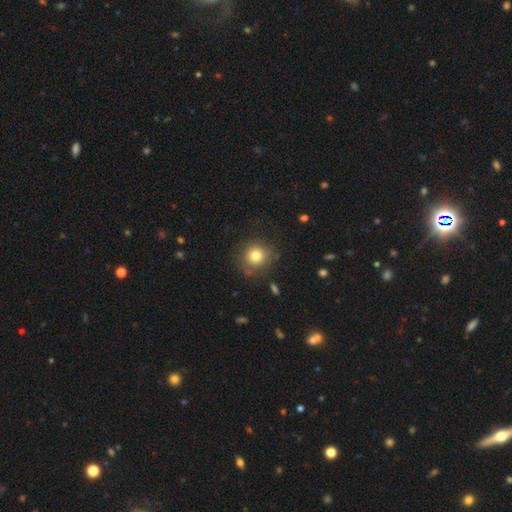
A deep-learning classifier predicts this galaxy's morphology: Smooth or featured?
  - smooth: 79% *
  - star or artifact: 12%
  - featured or disk: 10%
How rounded?
  - round: 91% *
  - in between: 8%
  - cigar-shaped: 1%
Merging?
  - none: 82% *
  - minor disturbance: 11%
  - major disturbance: 4%
  - merger: 2%